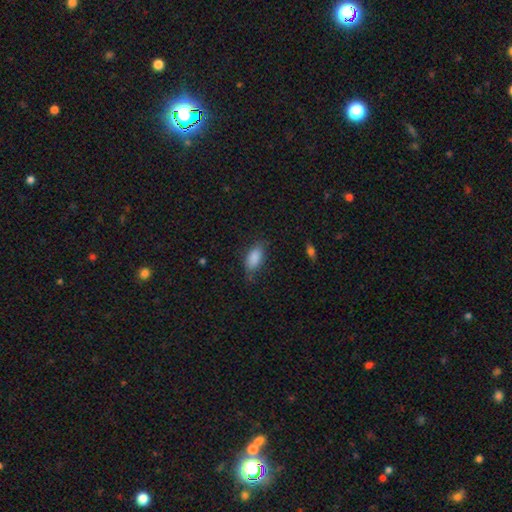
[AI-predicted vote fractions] Smooth or featured? Predicted: smooth (p=0.86). How rounded? Predicted: in between (p=0.89). Merging? Predicted: none (p=0.73).